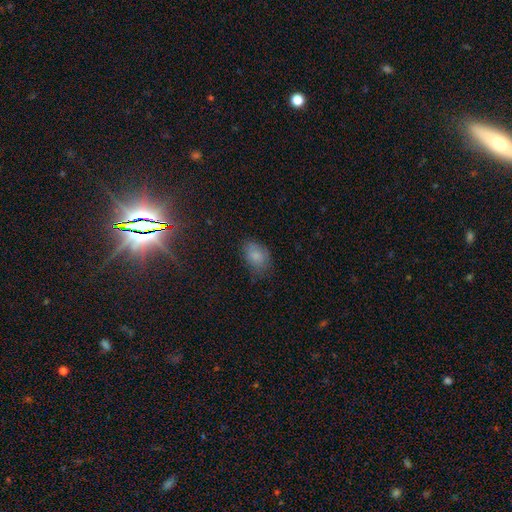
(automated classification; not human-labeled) smooth-or-featured: smooth: 82% | star or artifact: 10% | featured or disk: 8%
  how-rounded: in between: 81% | round: 18% | cigar-shaped: 1%
  merging: none: 67% | minor disturbance: 25% | major disturbance: 7% | merger: 1%